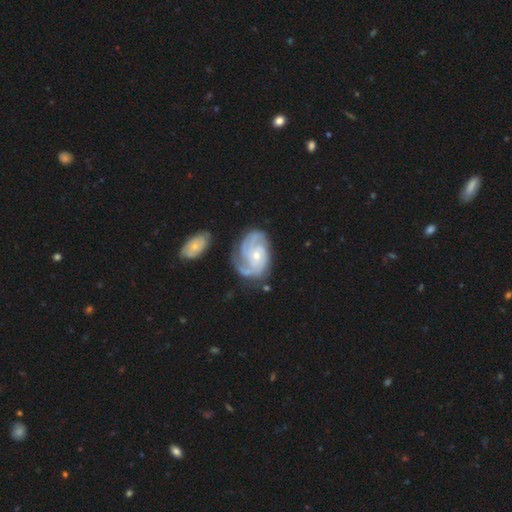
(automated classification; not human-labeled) smooth_or_featured: featured or disk (p=0.88) [alt: smooth p=0.07]
disk_edge_on: no (p=0.97) [alt: yes p=0.03]
bar: no (p=0.71) [alt: weak p=0.24]
has_spiral_arms: yes (p=0.97) [alt: no p=0.03]
spiral_winding: tight (p=0.61) [alt: medium p=0.32]
spiral_arm_count: 3 (p=0.41) [alt: 4 p=0.17]
bulge_size: small (p=0.63) [alt: moderate p=0.33]
merging: none (p=0.63) [alt: minor disturbance p=0.22]